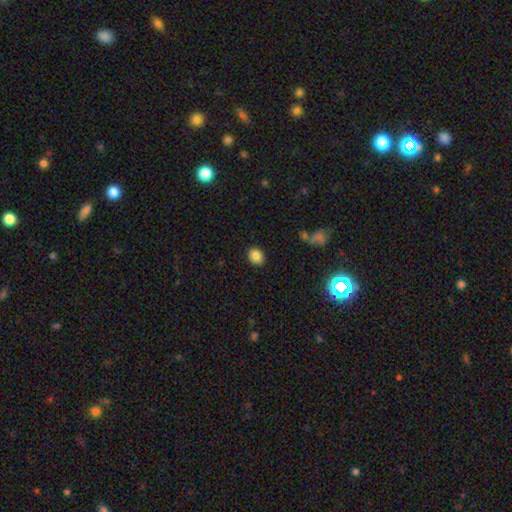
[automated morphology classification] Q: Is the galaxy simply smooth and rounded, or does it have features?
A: smooth — 85%.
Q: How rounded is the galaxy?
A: in between — 57%.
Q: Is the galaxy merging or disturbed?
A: none — 86%.